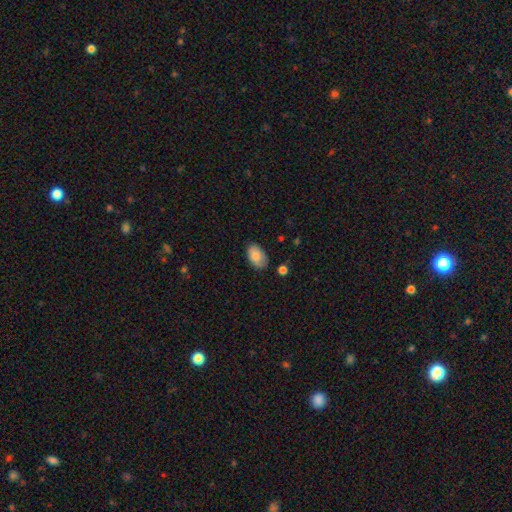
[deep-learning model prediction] A smooth galaxy with no disk features (84%) that is in between round and cigar-shaped (92%).

Vote fractions:
- Smooth or featured? smooth: 84% / featured or disk: 9% / star or artifact: 7%
- How rounded? in between: 92% / round: 6% / cigar-shaped: 1%
- Merging? none: 76% / minor disturbance: 19% / major disturbance: 4% / merger: 2%